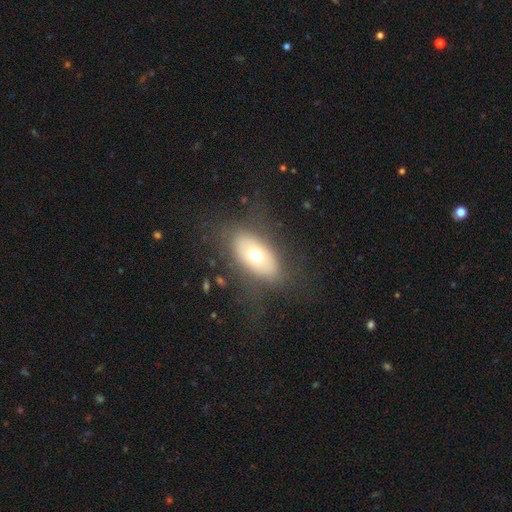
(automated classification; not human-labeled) smooth 58%, featured or disk 34%, star or artifact 8%. Down the decision tree: how rounded — in between (88%); merging — none (76%).